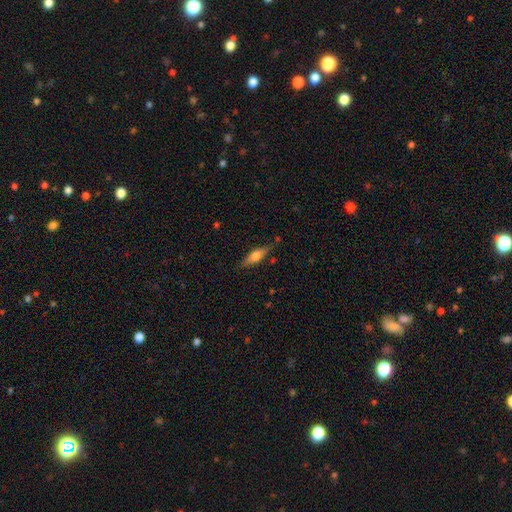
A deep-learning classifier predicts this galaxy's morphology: Smooth or featured? Predicted: smooth (p=0.54). How rounded? Predicted: cigar-shaped (p=0.55). Merging? Predicted: none (p=0.81).